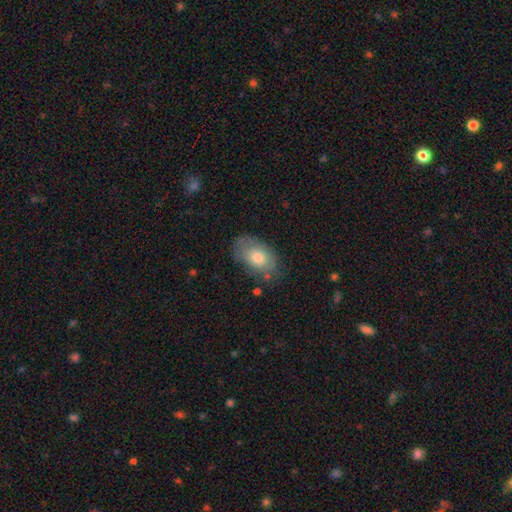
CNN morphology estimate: This appears to be a smooth galaxy with no disk features (69%) that is in between round and cigar-shaped (90%). Merging: none (70%).